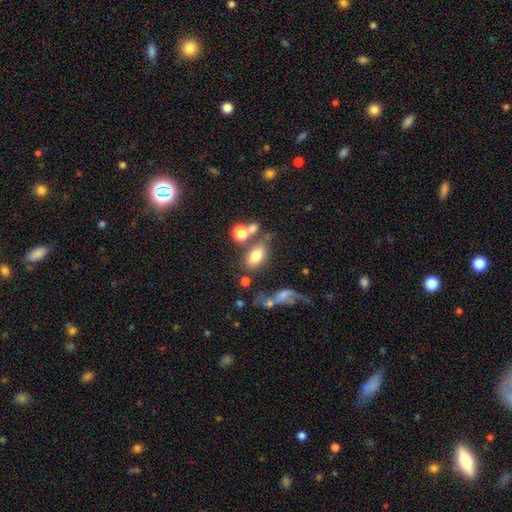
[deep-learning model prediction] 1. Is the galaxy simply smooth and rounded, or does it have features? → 74% smooth, 15% featured or disk, 11% star or artifact.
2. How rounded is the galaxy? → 84% in between, 13% round, 3% cigar-shaped.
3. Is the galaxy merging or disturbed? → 53% none, 24% merger, 15% minor disturbance, 8% major disturbance.